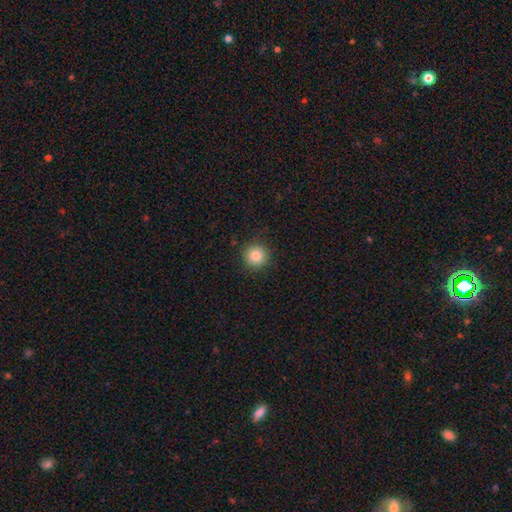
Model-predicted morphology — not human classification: Smooth or featured? smooth (83%)
How rounded? round (95%)
Merging? none (90%)